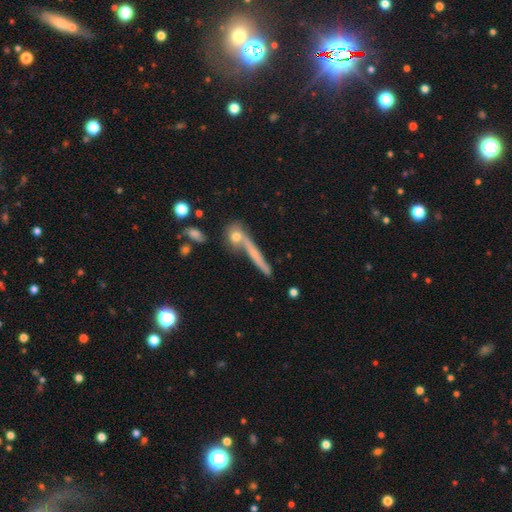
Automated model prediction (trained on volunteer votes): Smooth or featured? smooth (49%)
Merging? none (59%)